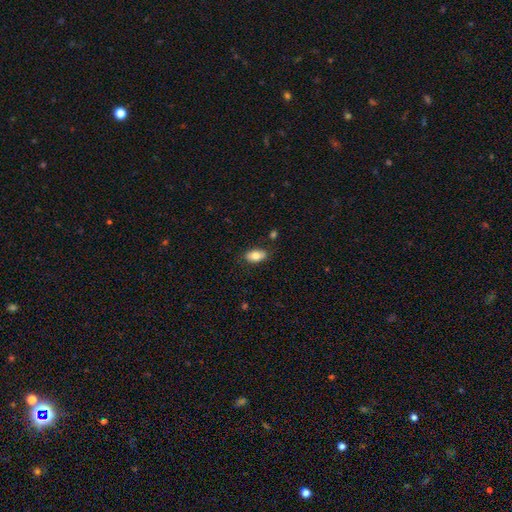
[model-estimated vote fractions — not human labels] Overall: smooth (77%). How rounded: in between (91%). Merging: none (82%).